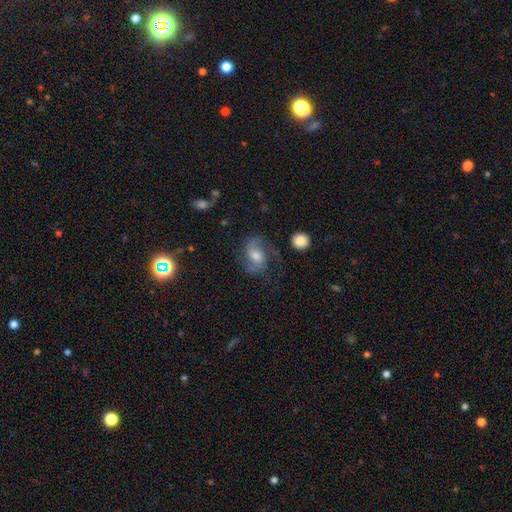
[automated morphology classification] This appears to be a featured or disk galaxy (76%) with no bar (45%), 2 (87%) medium (52%) spiral arms (95%) and a moderate central bulge (57%). Merging: none (71%).